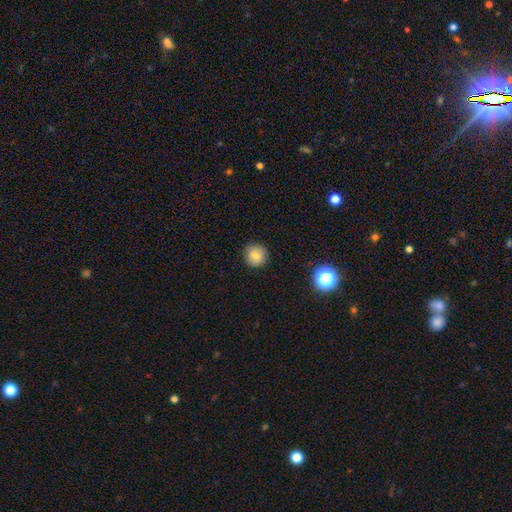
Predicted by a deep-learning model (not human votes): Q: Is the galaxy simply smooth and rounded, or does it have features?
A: smooth — 79%.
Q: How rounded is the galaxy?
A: round — 93%.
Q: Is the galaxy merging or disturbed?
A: none — 89%.